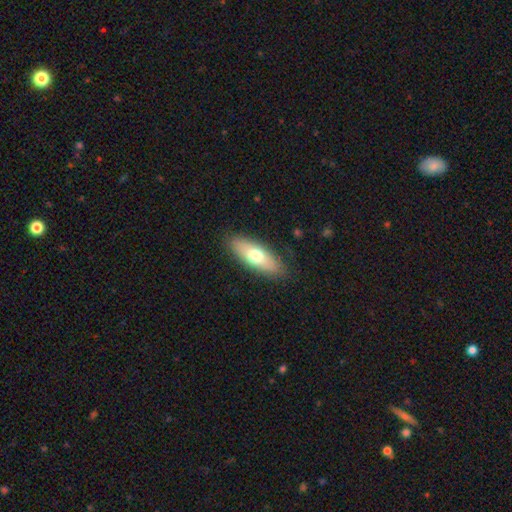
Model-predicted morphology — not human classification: Q: Smooth or featured?
A: smooth (66%); runner-up: featured or disk (28%)
Q: How rounded?
A: in between (67%); runner-up: cigar-shaped (30%)
Q: Merging?
A: none (85%); runner-up: minor disturbance (11%)